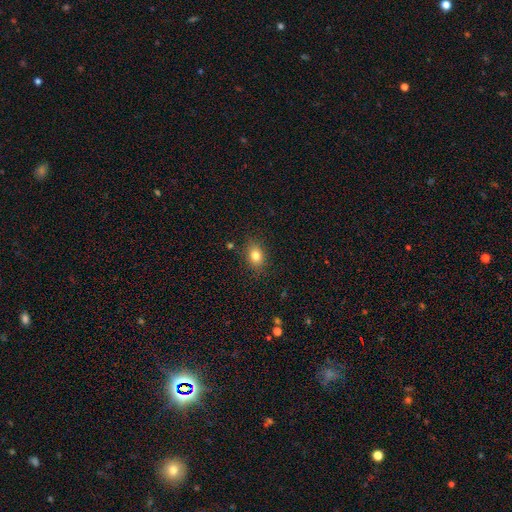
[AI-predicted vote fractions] smooth_or_featured: smooth (p=0.81) [alt: star or artifact p=0.11]
how_rounded: in between (p=0.62) [alt: round p=0.36]
merging: none (p=0.84) [alt: minor disturbance p=0.11]